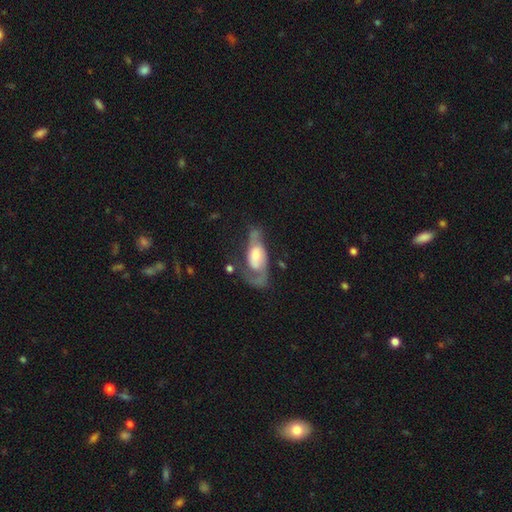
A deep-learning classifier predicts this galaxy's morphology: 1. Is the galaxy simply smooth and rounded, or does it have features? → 74% featured or disk, 20% smooth, 6% star or artifact.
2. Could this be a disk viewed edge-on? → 91% no, 9% yes.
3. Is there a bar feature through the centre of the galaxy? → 59% no, 31% weak, 9% strong.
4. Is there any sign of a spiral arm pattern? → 87% yes, 13% no.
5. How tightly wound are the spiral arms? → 43% medium, 29% loose, 28% tight.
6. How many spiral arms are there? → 50% 2, 35% 1, 11% can't tell, 2% 3, 1% 4, 1% more than 4.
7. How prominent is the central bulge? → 43% moderate, 28% small, 21% large, 5% none, 3% dominant.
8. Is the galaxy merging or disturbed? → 43% none, 31% major disturbance, 20% minor disturbance, 5% merger.